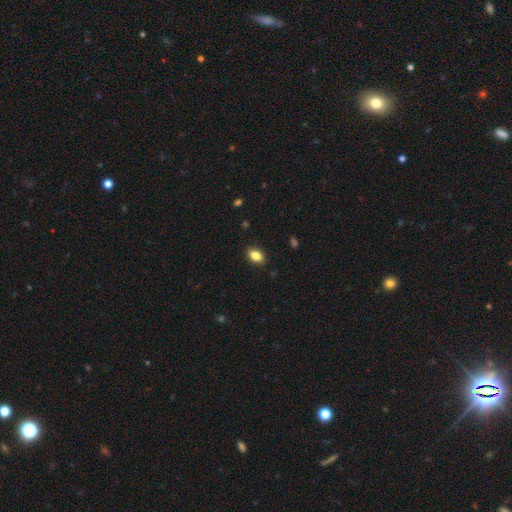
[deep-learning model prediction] smooth-or-featured: smooth: 85% | star or artifact: 8% | featured or disk: 7%
  how-rounded: in between: 86% | round: 12% | cigar-shaped: 2%
  merging: none: 88% | minor disturbance: 9% | major disturbance: 2% | merger: 1%